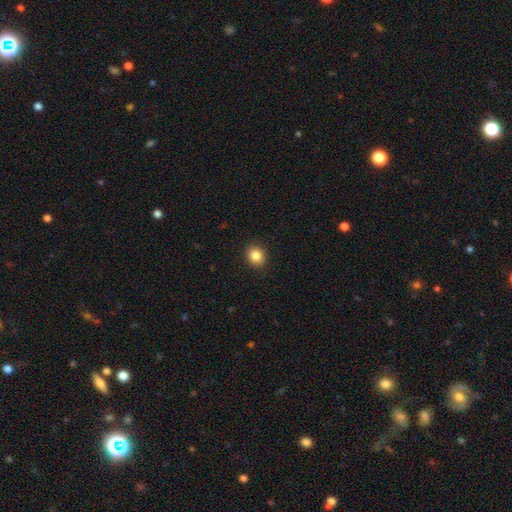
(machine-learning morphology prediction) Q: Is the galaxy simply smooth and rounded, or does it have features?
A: smooth — 85%.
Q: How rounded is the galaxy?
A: round — 74%.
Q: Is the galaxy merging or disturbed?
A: none — 91%.